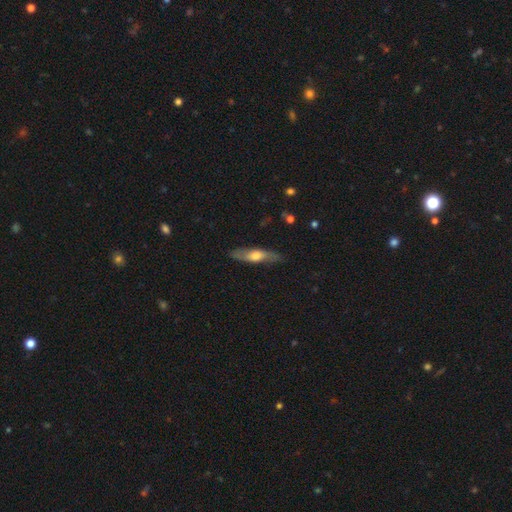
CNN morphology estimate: Smooth or featured? Predicted: smooth (p=0.48). Merging? Predicted: none (p=0.80).